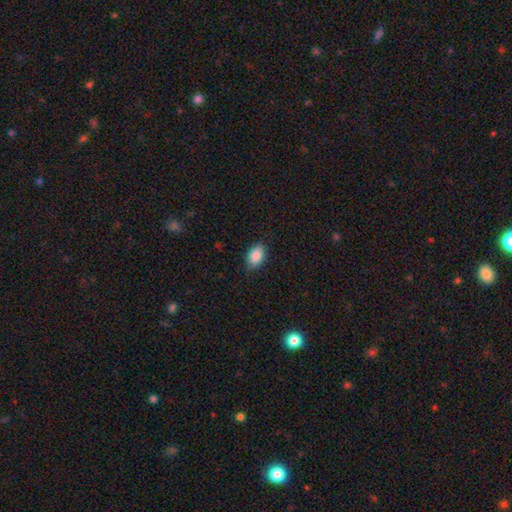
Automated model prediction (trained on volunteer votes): Morphology: type=smooth (88%); roundness=in between (87%); merging=none (84%).